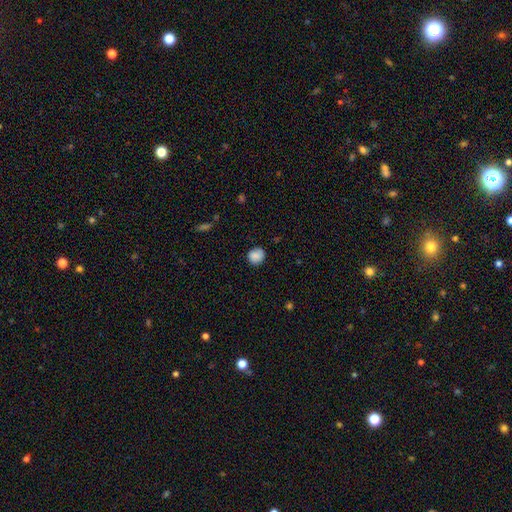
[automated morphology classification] Q: Smooth or featured?
A: smooth (86%); runner-up: star or artifact (8%)
Q: How rounded?
A: round (81%); runner-up: in between (18%)
Q: Merging?
A: none (83%); runner-up: minor disturbance (13%)